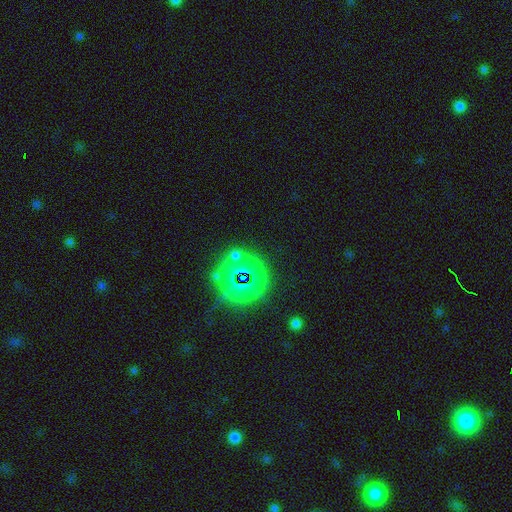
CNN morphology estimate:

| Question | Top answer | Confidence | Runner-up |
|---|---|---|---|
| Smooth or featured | star or artifact | 79% | smooth (13%) |